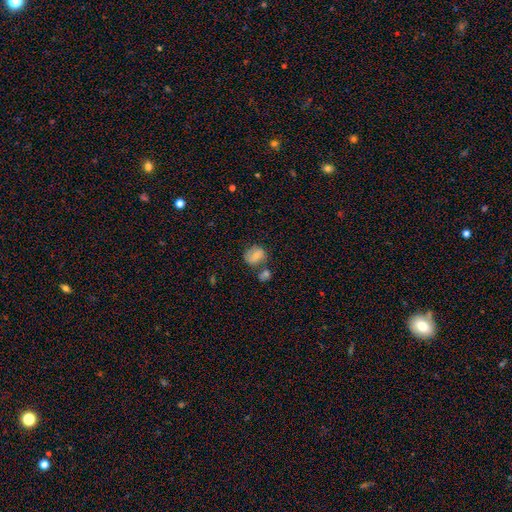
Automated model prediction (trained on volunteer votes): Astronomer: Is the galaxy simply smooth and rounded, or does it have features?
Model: smooth — 67%.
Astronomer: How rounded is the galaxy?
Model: round — 52% (runner-up: in between, 46%).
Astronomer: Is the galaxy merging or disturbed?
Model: none — 48% (runner-up: merger, 25%).